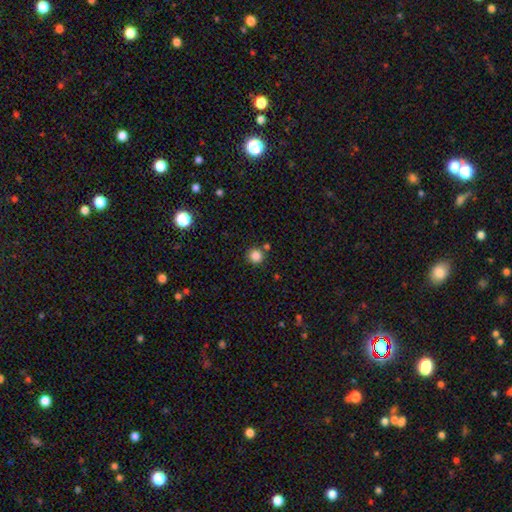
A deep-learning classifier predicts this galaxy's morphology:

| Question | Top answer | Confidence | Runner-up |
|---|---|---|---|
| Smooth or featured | smooth | 84% | star or artifact (12%) |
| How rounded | round | 94% | in between (5%) |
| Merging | none | 81% | merger (10%) |